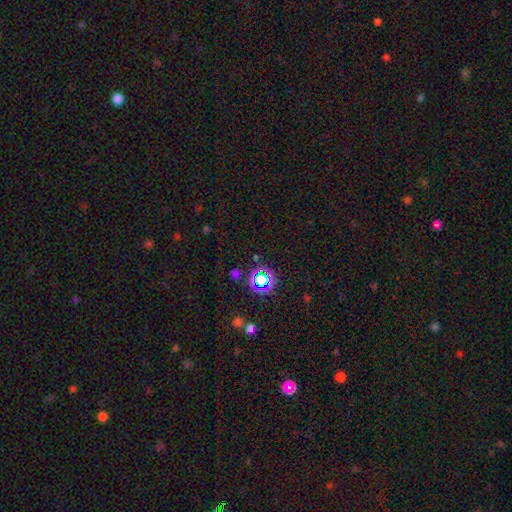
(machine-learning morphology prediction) star or artifact 72%, smooth 19%, featured or disk 9%.